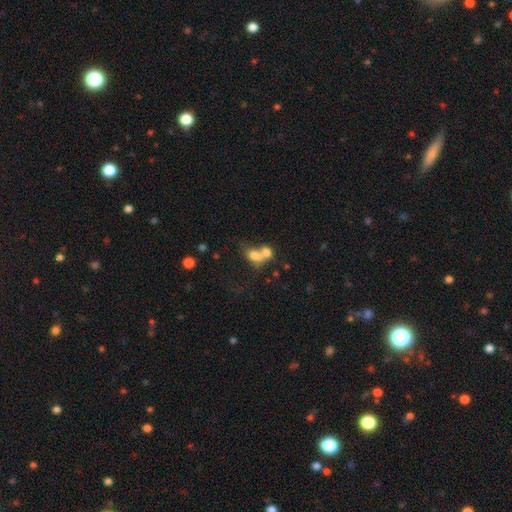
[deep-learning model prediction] Morphology: type=smooth (65%); roundness=in between (63%); merging=merger (67%).